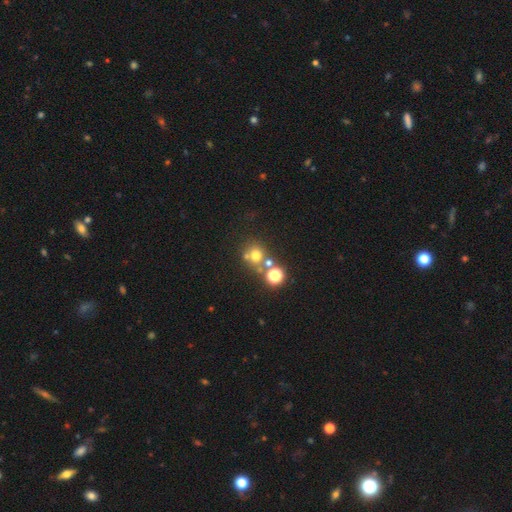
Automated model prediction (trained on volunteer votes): The model was most divided on "merging": none: 60%, merger: 26%, minor disturbance: 9%, major disturbance: 5%. More confident: how rounded — round (86%); smooth or featured — smooth (64%).